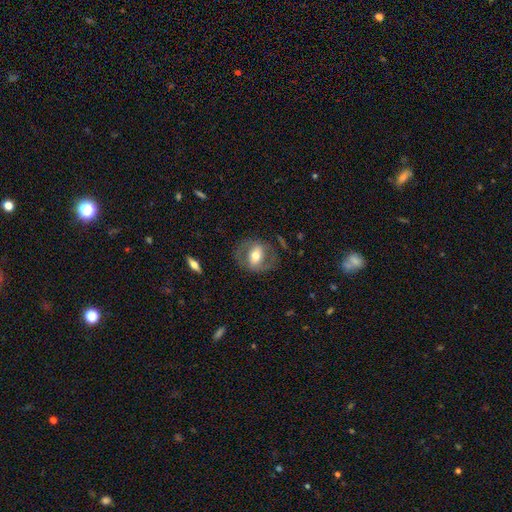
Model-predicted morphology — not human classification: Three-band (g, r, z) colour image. It shows a featured or disk galaxy (55%). Merging: none (74%).